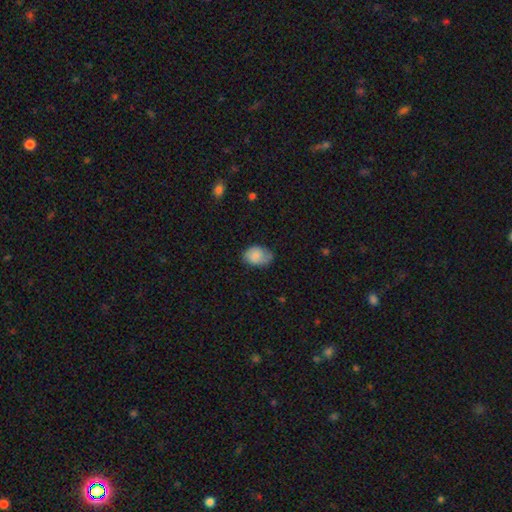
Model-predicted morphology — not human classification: smooth_or_featured: smooth (p=0.80) [alt: featured or disk p=0.13]
how_rounded: in between (p=0.76) [alt: round p=0.23]
merging: none (p=0.59) [alt: minor disturbance p=0.32]